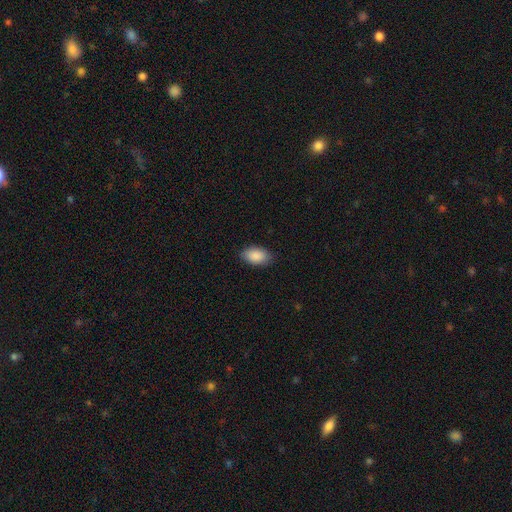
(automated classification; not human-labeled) The model was most divided on "merging": none: 85%, minor disturbance: 12%, major disturbance: 2%, merger: 1%. More confident: how rounded — in between (93%); smooth or featured — smooth (89%).